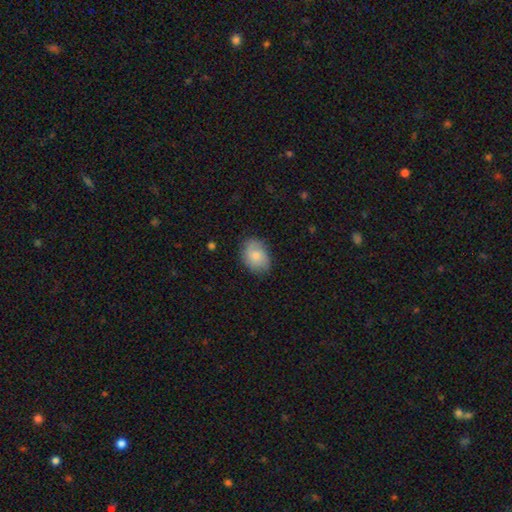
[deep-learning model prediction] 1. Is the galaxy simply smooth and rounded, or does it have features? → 76% smooth, 17% featured or disk, 7% star or artifact.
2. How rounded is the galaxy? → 72% in between, 27% round, 1% cigar-shaped.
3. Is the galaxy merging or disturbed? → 76% none, 19% minor disturbance, 4% major disturbance, 1% merger.